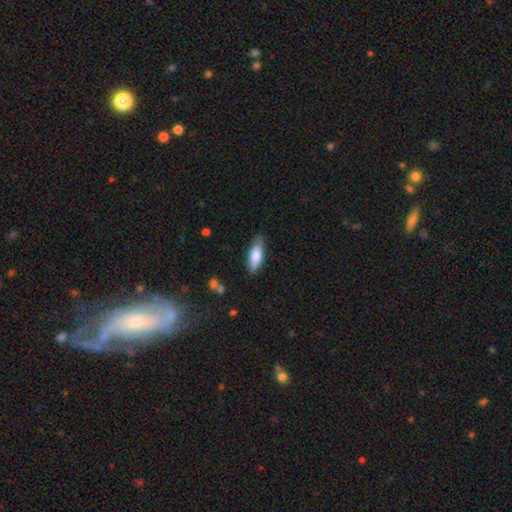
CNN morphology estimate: Q: Smooth or featured?
A: smooth (78%); runner-up: featured or disk (16%)
Q: How rounded?
A: in between (64%); runner-up: cigar-shaped (34%)
Q: Merging?
A: none (76%); runner-up: minor disturbance (19%)